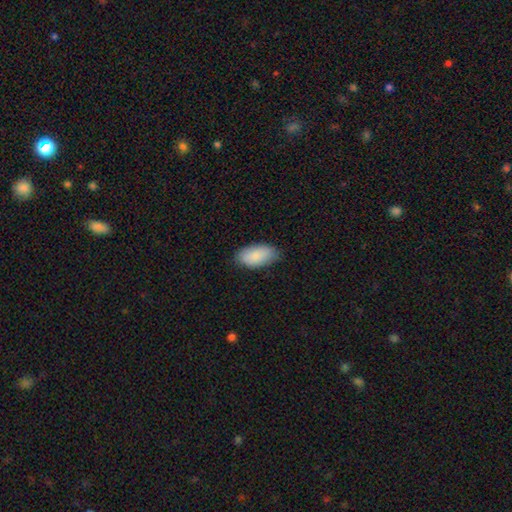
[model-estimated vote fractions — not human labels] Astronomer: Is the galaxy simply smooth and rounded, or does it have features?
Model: smooth — 86%.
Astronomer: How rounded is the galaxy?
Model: in between — 95%.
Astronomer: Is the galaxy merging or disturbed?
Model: none — 80%.